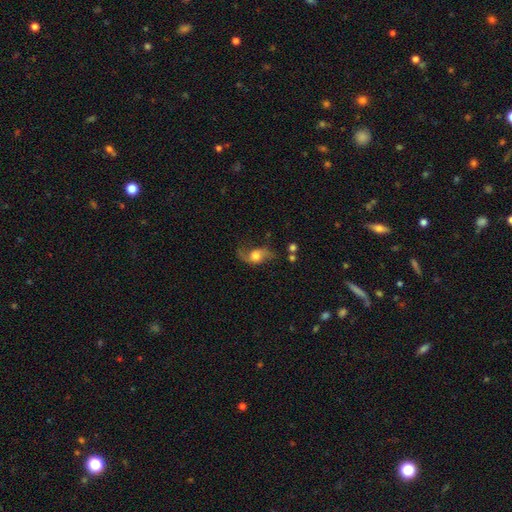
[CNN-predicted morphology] Q: Smooth or featured?
A: featured or disk (67%); runner-up: smooth (25%)
Q: Edge-on disk?
A: no (92%); runner-up: yes (8%)
Q: Bar?
A: no (68%); runner-up: weak (26%)
Q: Spiral arms?
A: yes (90%); runner-up: no (10%)
Q: Spiral winding?
A: loose (82%); runner-up: medium (15%)
Q: Spiral arm count?
A: 2 (84%); runner-up: 1 (10%)
Q: Bulge size?
A: moderate (43%); runner-up: large (40%)
Q: Merging?
A: none (55%); runner-up: minor disturbance (21%)